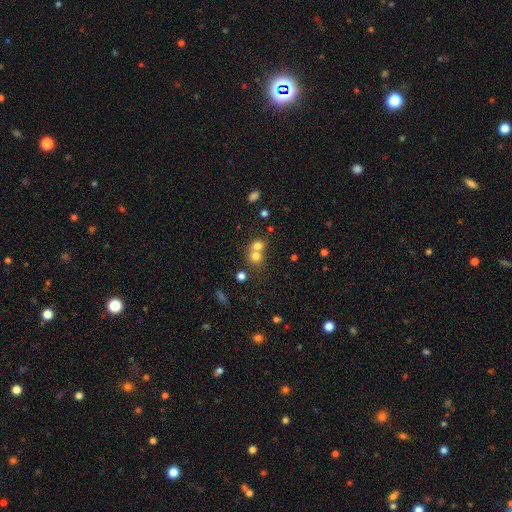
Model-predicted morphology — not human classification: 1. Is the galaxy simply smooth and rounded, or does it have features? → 72% smooth, 14% featured or disk, 14% star or artifact.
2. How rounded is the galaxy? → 73% round, 26% in between, 1% cigar-shaped.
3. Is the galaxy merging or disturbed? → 60% merger, 31% none, 6% minor disturbance, 3% major disturbance.